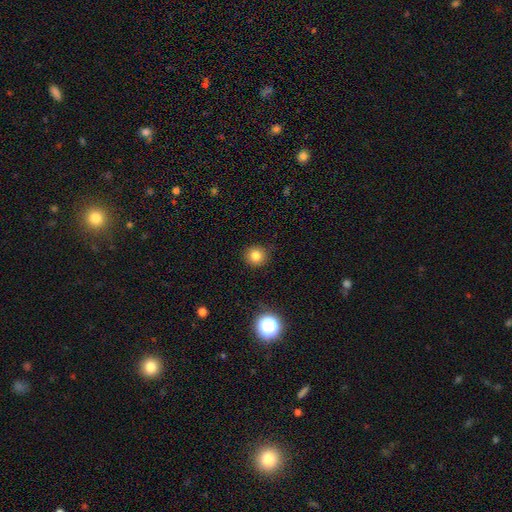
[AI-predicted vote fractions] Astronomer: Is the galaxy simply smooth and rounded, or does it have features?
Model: smooth — 80%.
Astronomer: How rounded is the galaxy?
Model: round — 92%.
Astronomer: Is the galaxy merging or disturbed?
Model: none — 89%.